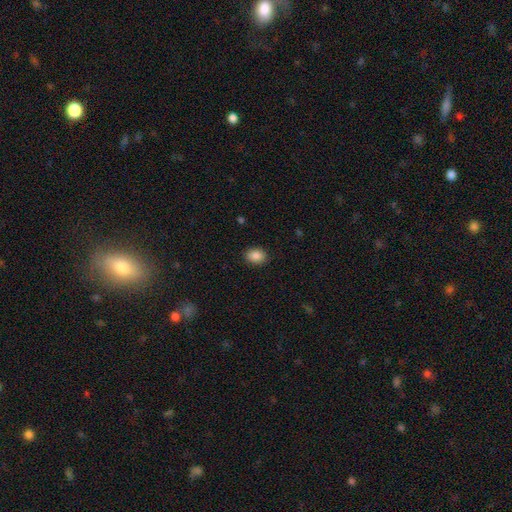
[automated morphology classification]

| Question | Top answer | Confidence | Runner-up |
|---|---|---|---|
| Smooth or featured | smooth | 87% | star or artifact (8%) |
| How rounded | in between | 62% | round (37%) |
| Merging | none | 90% | minor disturbance (7%) |